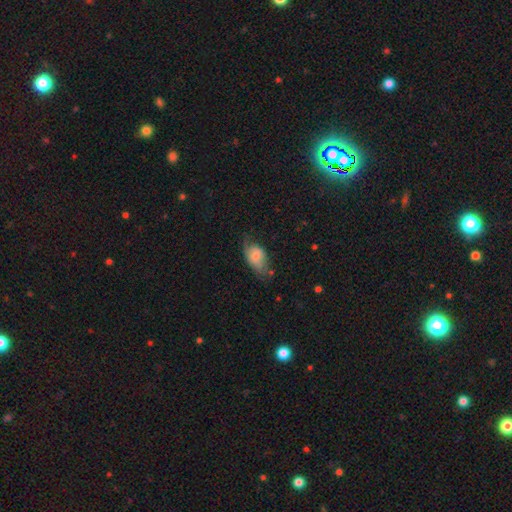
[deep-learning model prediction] The model was most divided on "merging": none: 42%, minor disturbance: 37%, major disturbance: 19%, merger: 3%. More confident: how rounded — in between (90%); smooth or featured — smooth (67%).